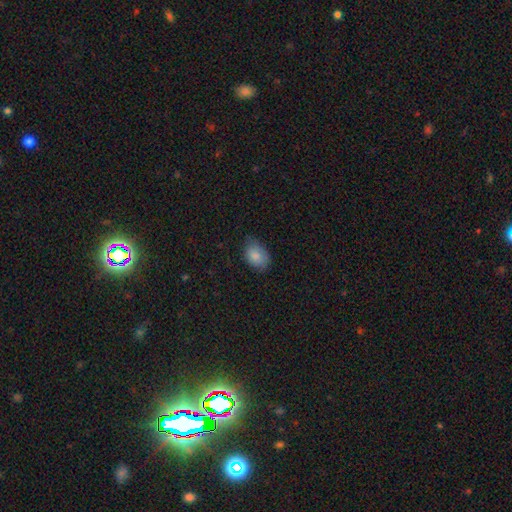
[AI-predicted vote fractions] The model was most divided on "merging": none: 68%, minor disturbance: 26%, major disturbance: 5%, merger: 1%. More confident: smooth or featured — smooth (84%); how rounded — in between (81%).